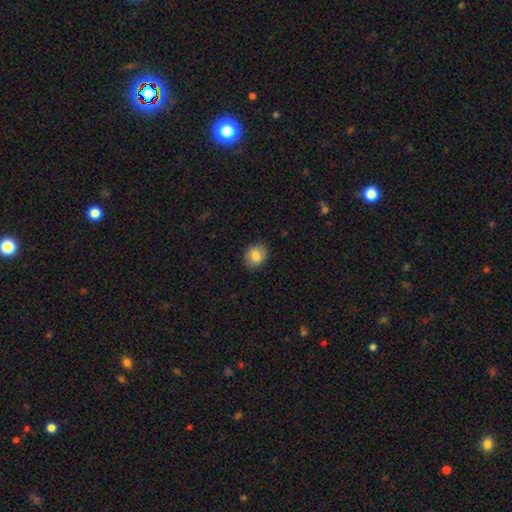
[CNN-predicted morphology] Overall: smooth (81%). How rounded: round (54%; in between 45%). Merging: none (87%).